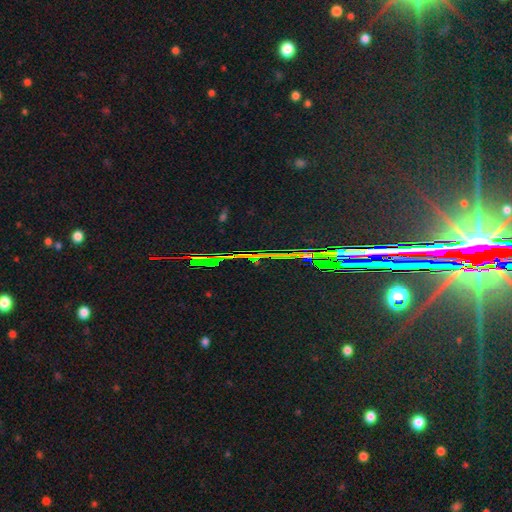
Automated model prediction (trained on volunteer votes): star or artifact 86%, featured or disk 8%, smooth 6%.